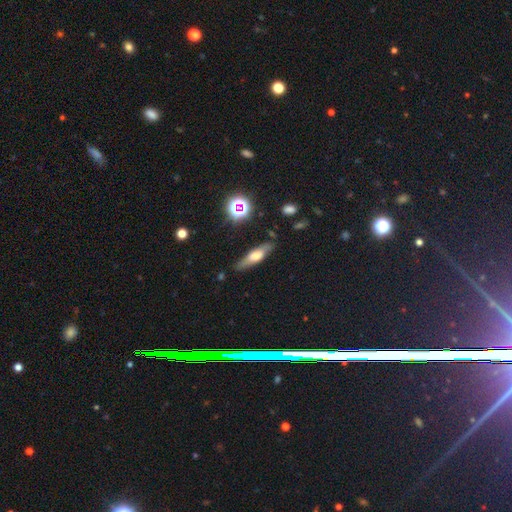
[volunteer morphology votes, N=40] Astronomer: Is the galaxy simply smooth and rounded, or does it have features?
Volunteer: smooth — 62%.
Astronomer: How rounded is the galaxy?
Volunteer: cigar-shaped — 84%.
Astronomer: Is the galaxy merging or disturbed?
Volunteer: none — 80%.